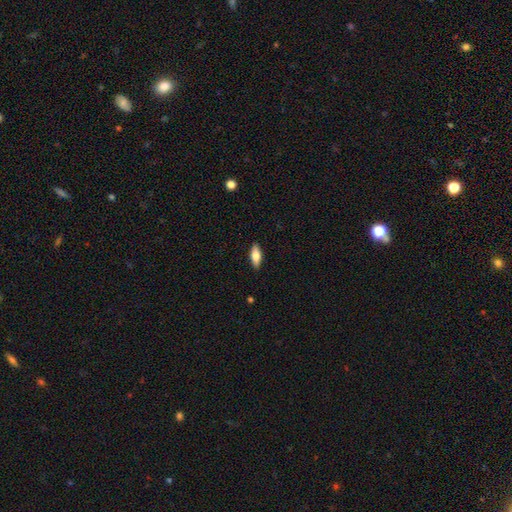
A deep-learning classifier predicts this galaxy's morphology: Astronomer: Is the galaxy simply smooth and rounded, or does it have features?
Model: smooth — 70%.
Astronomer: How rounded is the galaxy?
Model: in between — 72%.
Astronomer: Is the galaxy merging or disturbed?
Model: none — 88%.